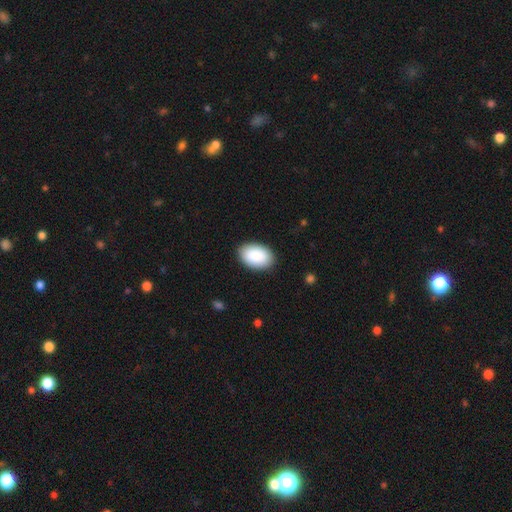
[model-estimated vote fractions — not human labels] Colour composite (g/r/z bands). It shows a smooth galaxy with no disk features (91%) that is in between round and cigar-shaped (91%). Merging: none (89%).